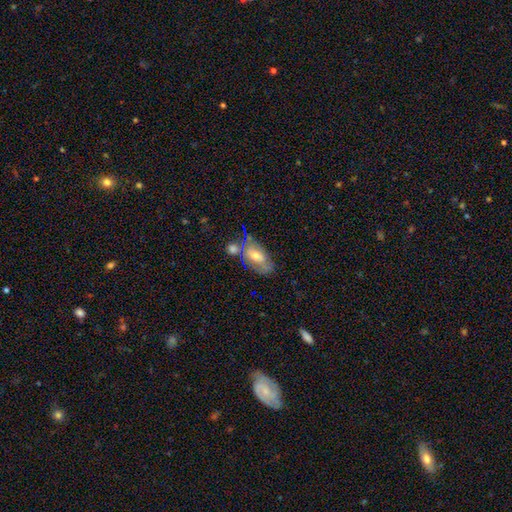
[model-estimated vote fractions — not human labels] Smooth or featured? featured or disk (48%)
Merging? none (53%)